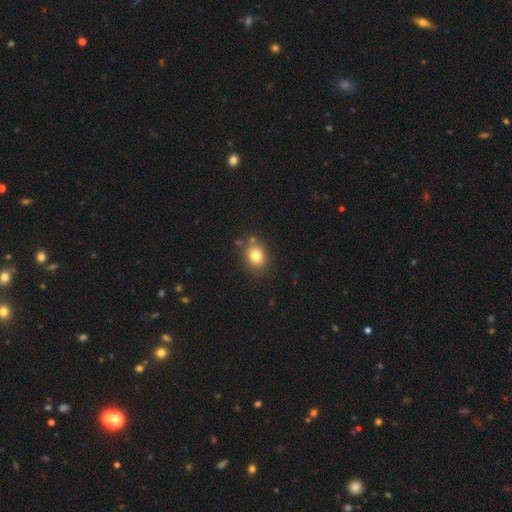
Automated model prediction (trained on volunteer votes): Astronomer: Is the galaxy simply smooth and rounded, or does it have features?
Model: smooth — 79%.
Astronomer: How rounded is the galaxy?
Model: round — 58% (runner-up: in between, 41%).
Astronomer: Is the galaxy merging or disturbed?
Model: none — 78%.